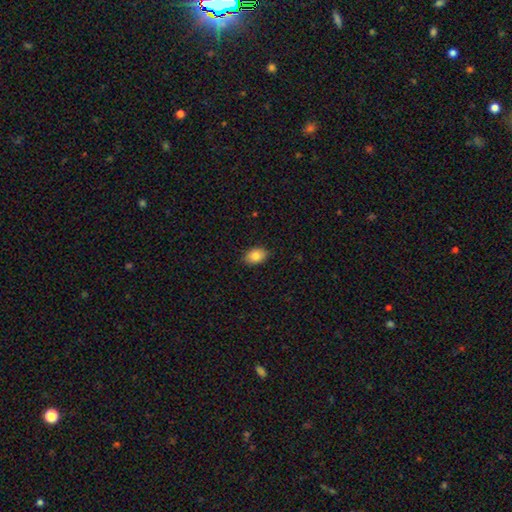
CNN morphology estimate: This is clearly a smooth galaxy (83%). How rounded: clearly in between (84%). Merging: clearly none (89%).